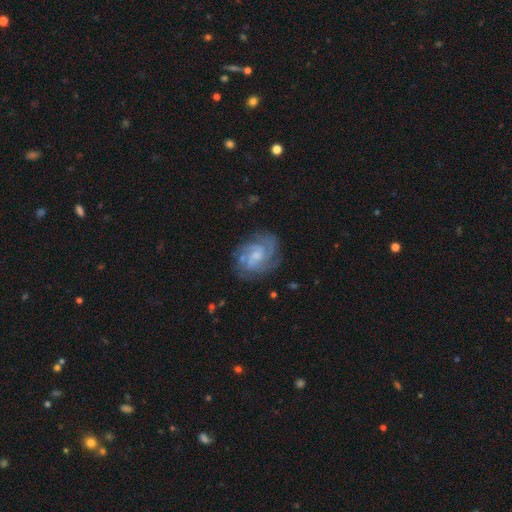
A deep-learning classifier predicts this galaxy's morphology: Smooth or featured: featured or disk — 82% (smooth — 12%)
Edge-on disk: no — 98% (yes — 2%)
Bar: no — 57% (weak — 38%)
Spiral arms: yes — 96% (no — 4%)
Spiral winding: tight — 53% (medium — 39%)
Spiral arm count: 3 — 31% (2 — 25%)
Bulge size: small — 47% (moderate — 36%)
Merging: none — 75% (minor disturbance — 16%)